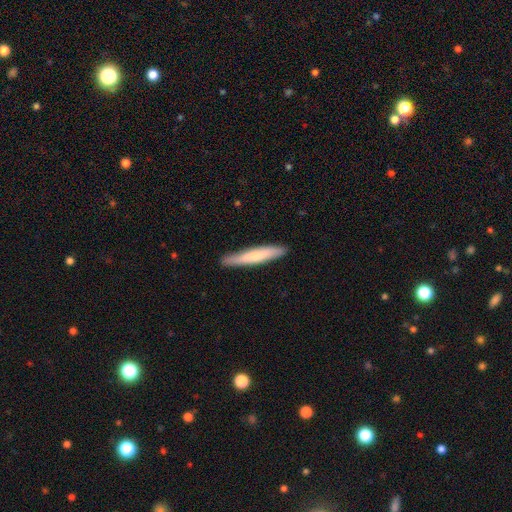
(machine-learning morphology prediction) A smooth galaxy with no disk features (64%) that is cigar-shaped (93%).

Vote fractions:
- Smooth or featured? smooth: 64% / featured or disk: 30% / star or artifact: 5%
- How rounded? cigar-shaped: 93% / in between: 6% / round: 1%
- Merging? none: 88% / minor disturbance: 10% / major disturbance: 2% / merger: 1%